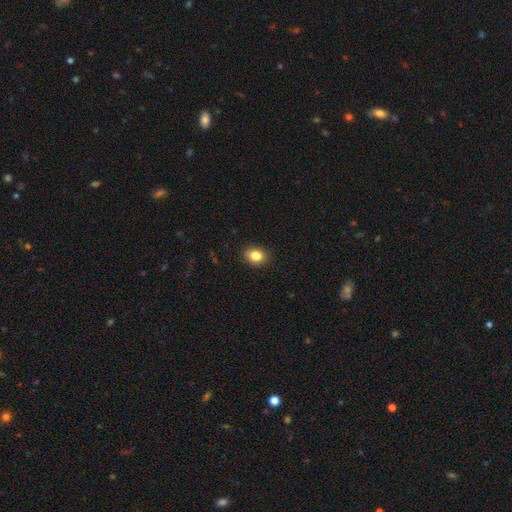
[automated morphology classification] smooth_or_featured: smooth (p=0.83) [alt: star or artifact p=0.10]
how_rounded: round (p=0.53) [alt: in between p=0.46]
merging: none (p=0.88) [alt: minor disturbance p=0.09]